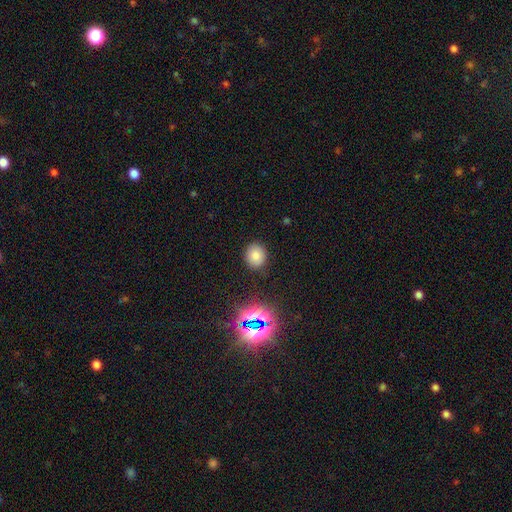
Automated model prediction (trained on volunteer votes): Morphology: type=smooth (78%); roundness=round (71%); merging=none (89%).